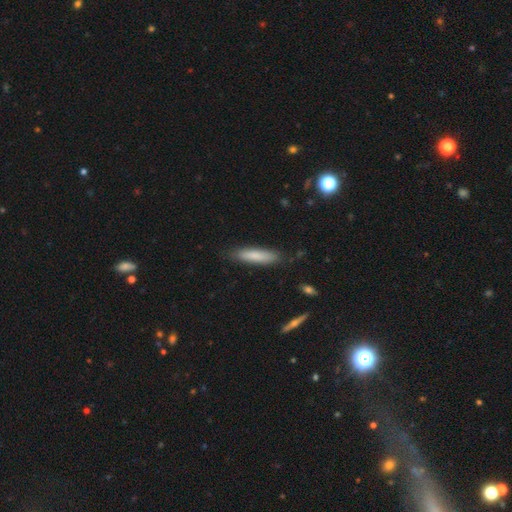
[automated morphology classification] A smooth galaxy with no disk features (80%) that is cigar-shaped (80%).

Vote fractions:
- Smooth or featured? smooth: 80% / featured or disk: 14% / star or artifact: 6%
- How rounded? cigar-shaped: 80% / in between: 19% / round: 1%
- Merging? none: 84% / minor disturbance: 12% / major disturbance: 2% / merger: 1%